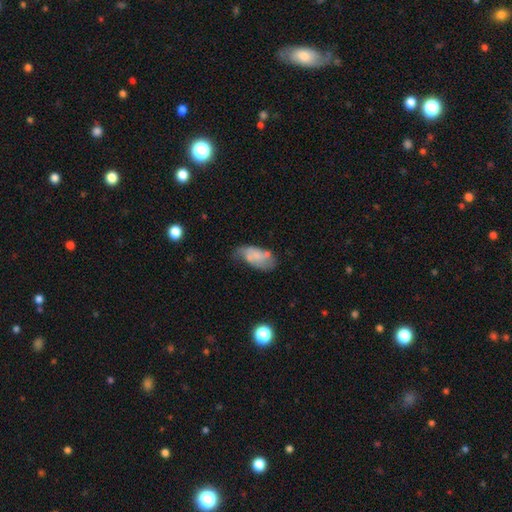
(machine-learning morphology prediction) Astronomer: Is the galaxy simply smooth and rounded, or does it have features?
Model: smooth — 55% (runner-up: featured or disk, 36%).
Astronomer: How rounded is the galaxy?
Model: in between — 91%.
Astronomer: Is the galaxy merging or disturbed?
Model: none — 41% (runner-up: minor disturbance, 33%).